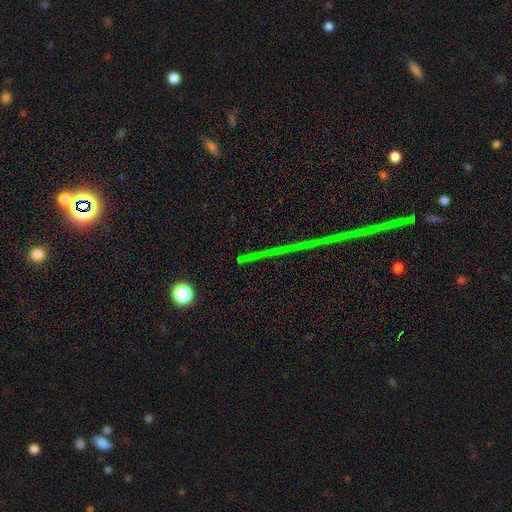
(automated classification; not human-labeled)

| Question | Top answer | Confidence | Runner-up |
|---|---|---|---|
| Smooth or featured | star or artifact | 81% | featured or disk (10%) |